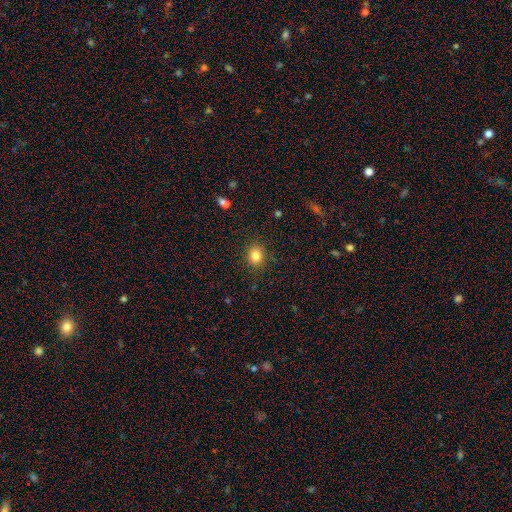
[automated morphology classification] A smooth galaxy with no disk features (83%) that is round (71%). Merging: none (88%).